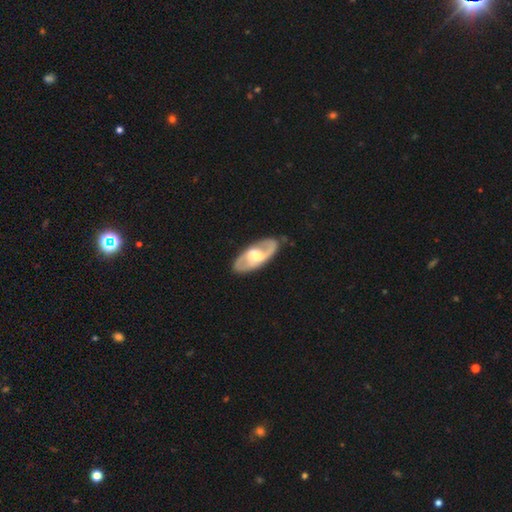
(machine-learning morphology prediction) Smooth or featured? featured or disk (74%)
Edge-on disk? no (88%)
Bar? weak (45%)
Spiral arms? yes (78%)
Spiral winding? medium (48%)
Spiral arm count? 2 (86%)
Bulge size? moderate (46%)
Merging? none (84%)